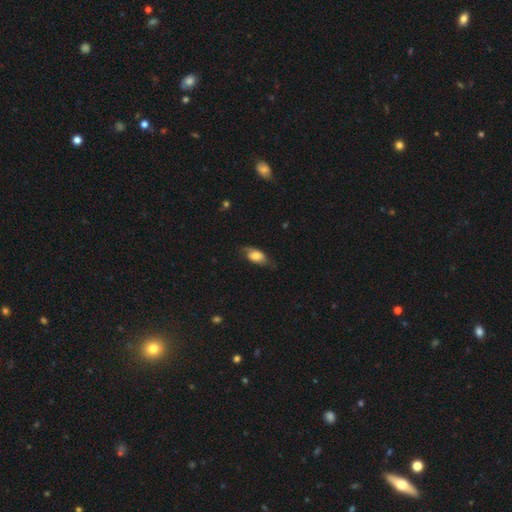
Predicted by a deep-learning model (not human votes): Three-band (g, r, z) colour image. It shows a smooth galaxy with no disk features (67%) that is in between round and cigar-shaped (87%). Merging: none (61%).